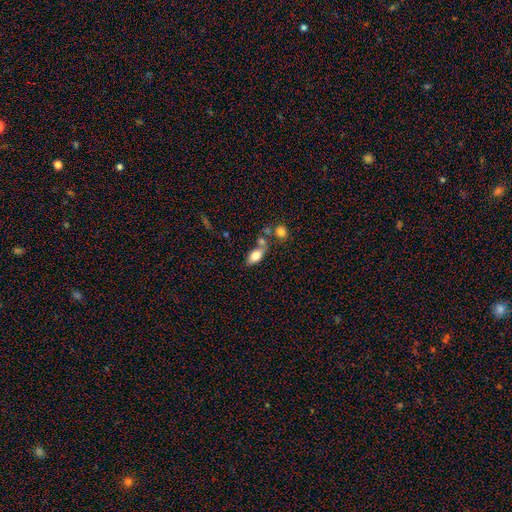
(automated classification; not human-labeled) This appears to be a smooth galaxy with no disk features (75%) that is in between round and cigar-shaped (86%). Merging: none (52%).